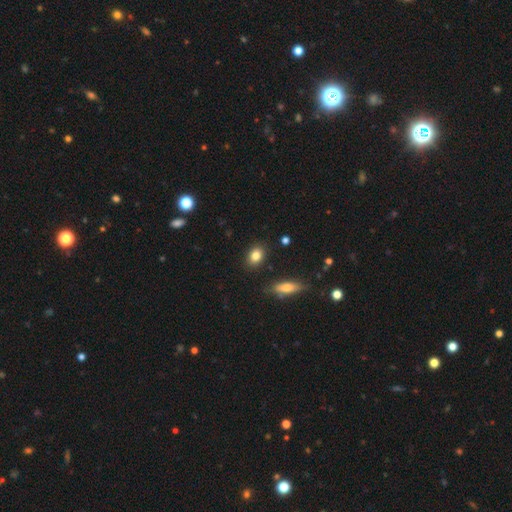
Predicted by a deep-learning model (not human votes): smooth_or_featured: smooth (p=0.84) [alt: star or artifact p=0.09]
how_rounded: in between (p=0.65) [alt: round p=0.33]
merging: none (p=0.87) [alt: minor disturbance p=0.09]